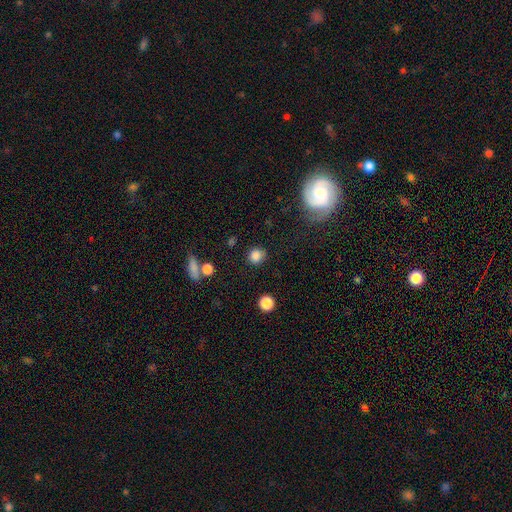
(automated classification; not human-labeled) Morphology: type=smooth (83%); roundness=round (79%); merging=none (81%).